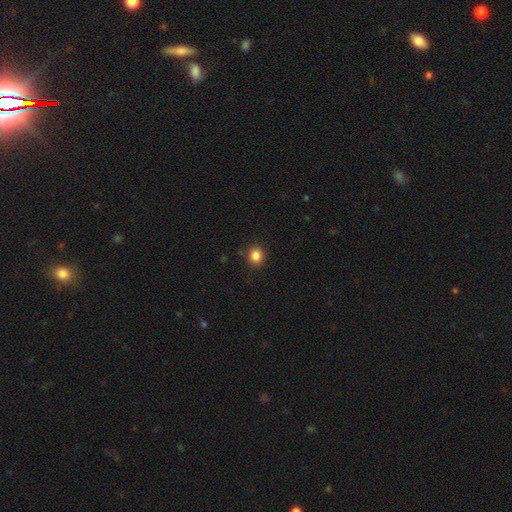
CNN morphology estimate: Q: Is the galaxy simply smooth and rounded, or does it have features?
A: smooth — 85%.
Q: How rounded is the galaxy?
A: round — 80%.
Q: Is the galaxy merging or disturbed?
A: none — 89%.